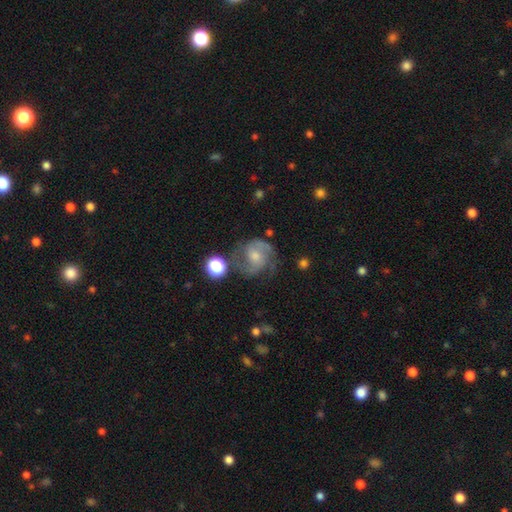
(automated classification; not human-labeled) A featured or disk galaxy (76%) with no bar (54%), 2 (79%) medium (54%) spiral arms (94%) and a moderate central bulge (46%). Merging: none (64%).